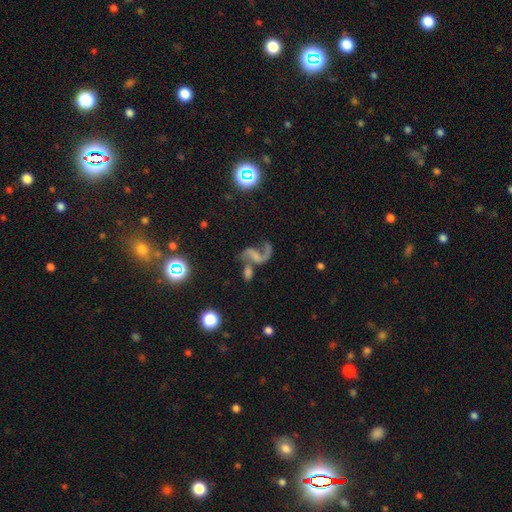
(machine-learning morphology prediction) type=featured or disk (75%); edge-on=no (97%); bar=no (50%); spiral arms=yes (87%); winding=loose (81%); arm count=2 (73%); bulge=none (59%); merging=merger (35%).